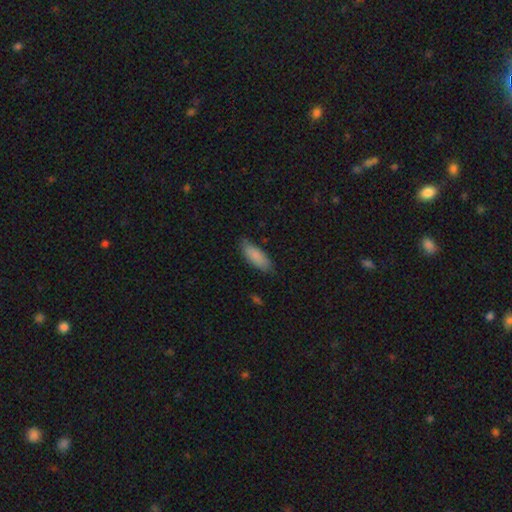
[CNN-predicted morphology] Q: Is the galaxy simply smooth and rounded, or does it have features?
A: smooth — 85%.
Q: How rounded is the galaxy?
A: in between — 70%.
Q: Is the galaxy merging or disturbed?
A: none — 77%.